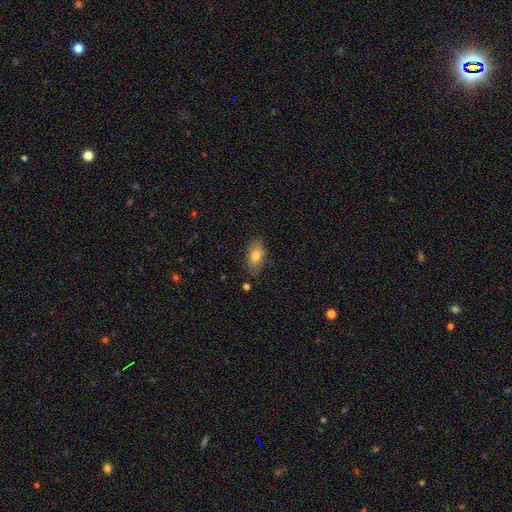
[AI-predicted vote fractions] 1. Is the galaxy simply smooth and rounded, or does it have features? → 75% smooth, 17% featured or disk, 8% star or artifact.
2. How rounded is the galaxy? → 88% in between, 6% round, 6% cigar-shaped.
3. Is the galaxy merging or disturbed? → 77% none, 18% minor disturbance, 4% major disturbance, 2% merger.